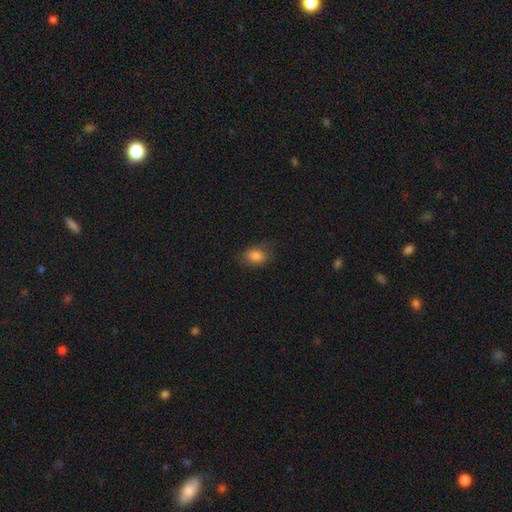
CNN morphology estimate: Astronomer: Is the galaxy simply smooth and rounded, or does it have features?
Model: smooth — 82%.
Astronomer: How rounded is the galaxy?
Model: in between — 77%.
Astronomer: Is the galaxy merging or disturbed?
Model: none — 70%.